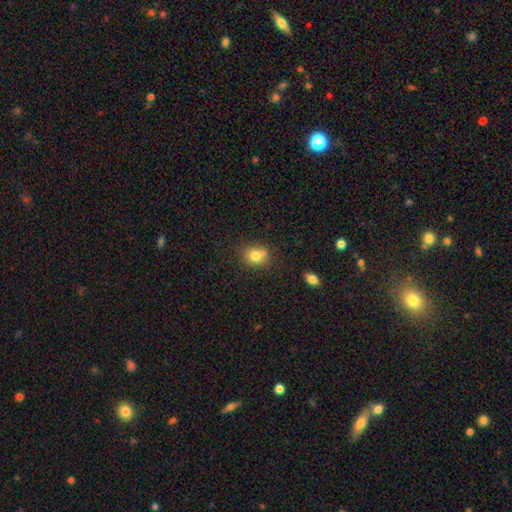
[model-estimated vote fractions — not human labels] smooth 78%, star or artifact 11%, featured or disk 10%. Down the decision tree: how rounded — round (63%); merging — none (63%).